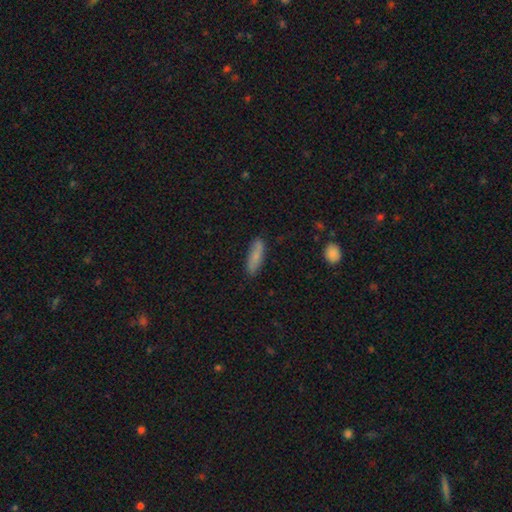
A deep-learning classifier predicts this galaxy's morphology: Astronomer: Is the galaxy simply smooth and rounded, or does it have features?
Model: smooth — 77%.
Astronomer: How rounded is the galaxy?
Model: cigar-shaped — 62%.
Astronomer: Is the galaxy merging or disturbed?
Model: none — 81%.